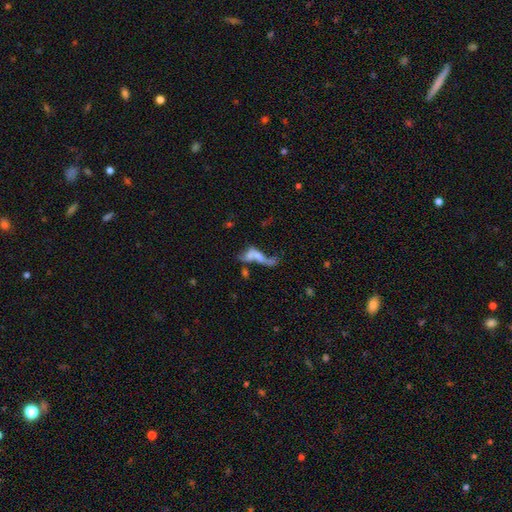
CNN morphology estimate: Smooth or featured: smooth — 43% (featured or disk — 42%)
Merging: merger — 49% (major disturbance — 26%)